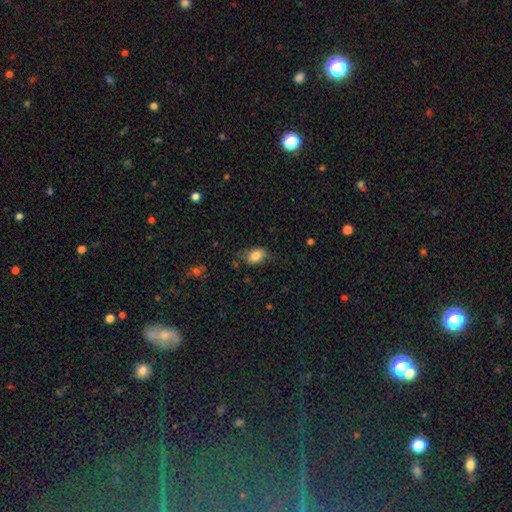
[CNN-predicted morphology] Smooth or featured: smooth — 82% (featured or disk — 10%)
How rounded: in between — 81% (round — 18%)
Merging: none — 68% (minor disturbance — 24%)